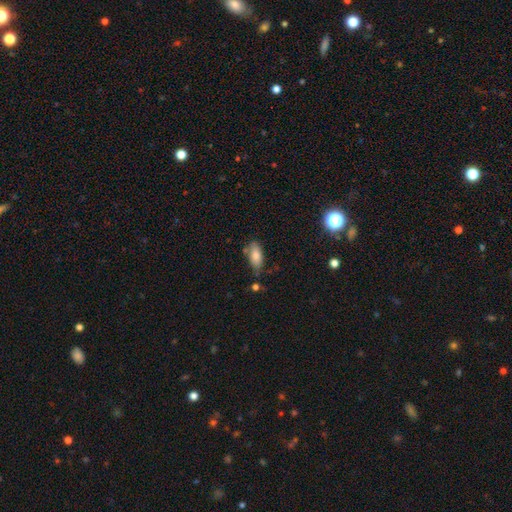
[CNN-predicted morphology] This is clearly a smooth galaxy (80%). How rounded: clearly in between (87%). Merging: likely none (64%).